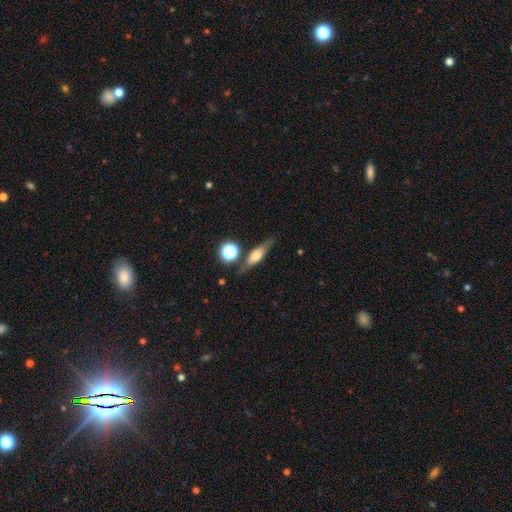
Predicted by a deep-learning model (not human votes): Q: Smooth or featured?
A: featured or disk (50%); runner-up: smooth (41%)
Q: Merging?
A: none (71%); runner-up: minor disturbance (16%)